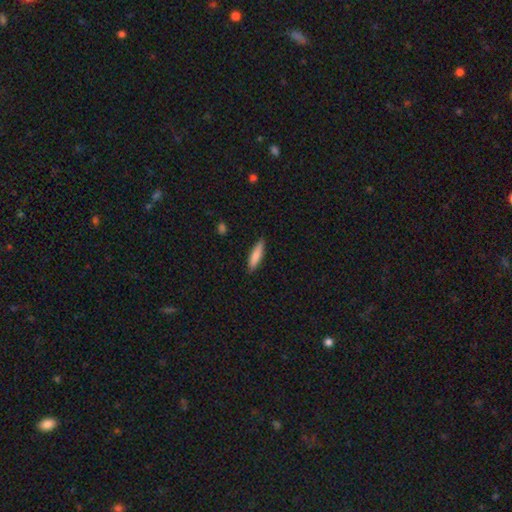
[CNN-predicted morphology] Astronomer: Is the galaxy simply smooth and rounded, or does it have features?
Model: smooth — 84%.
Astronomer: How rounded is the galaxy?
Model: cigar-shaped — 75%.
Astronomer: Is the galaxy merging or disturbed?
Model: none — 87%.